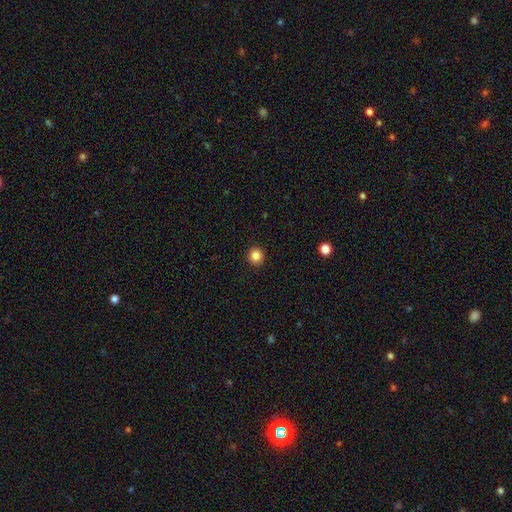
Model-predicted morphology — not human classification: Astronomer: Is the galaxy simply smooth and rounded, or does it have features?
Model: smooth — 85%.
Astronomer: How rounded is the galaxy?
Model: round — 93%.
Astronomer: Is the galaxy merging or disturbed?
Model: none — 93%.